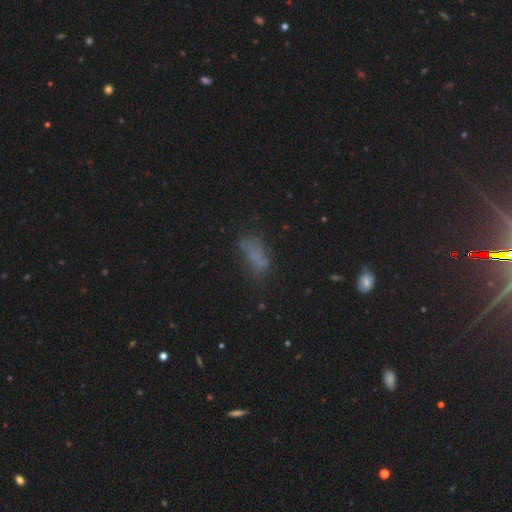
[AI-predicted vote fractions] The model was most divided on "merging": none: 50%, minor disturbance: 25%, major disturbance: 20%, merger: 5%. More confident: how rounded — in between (71%); smooth or featured — smooth (62%).